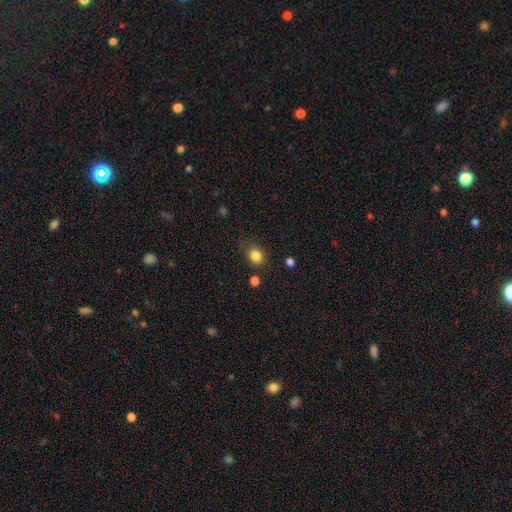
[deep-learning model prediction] Smooth or featured? smooth (84%)
How rounded? round (56%)
Merging? none (77%)